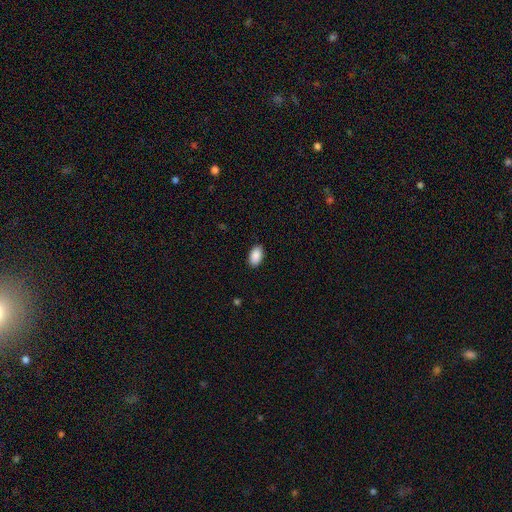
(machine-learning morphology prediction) Smooth or featured?
  - smooth: 90% *
  - star or artifact: 7%
  - featured or disk: 3%
How rounded?
  - in between: 94% *
  - round: 5%
  - cigar-shaped: 1%
Merging?
  - none: 89% *
  - minor disturbance: 8%
  - major disturbance: 2%
  - merger: 1%